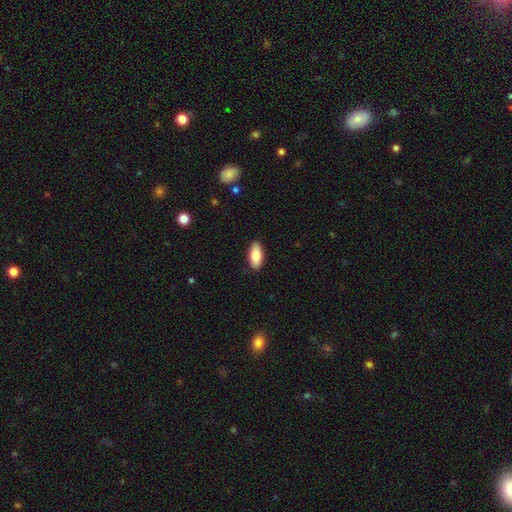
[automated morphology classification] A smooth galaxy with no disk features (82%) that is in between round and cigar-shaped (89%).

Vote fractions:
- Smooth or featured? smooth: 82% / featured or disk: 12% / star or artifact: 6%
- How rounded? in between: 89% / cigar-shaped: 8% / round: 2%
- Merging? none: 89% / minor disturbance: 8% / major disturbance: 2% / merger: 1%